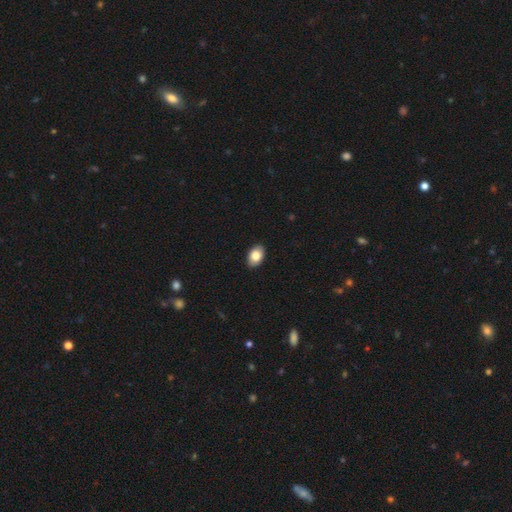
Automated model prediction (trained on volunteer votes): A smooth galaxy with no disk features (84%) that is in between round and cigar-shaped (89%).

Vote fractions:
- Smooth or featured? smooth: 84% / featured or disk: 9% / star or artifact: 7%
- How rounded? in between: 89% / round: 10% / cigar-shaped: 1%
- Merging? none: 89% / minor disturbance: 9% / major disturbance: 2% / merger: 1%